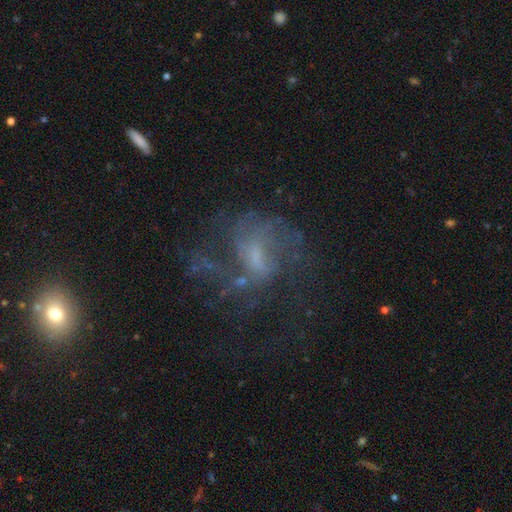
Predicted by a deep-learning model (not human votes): Q: Smooth or featured?
A: featured or disk (68%); runner-up: smooth (16%)
Q: Edge-on disk?
A: no (97%); runner-up: yes (3%)
Q: Bar?
A: weak (45%); tied with: no (45%)
Q: Spiral arms?
A: yes (65%); runner-up: no (35%)
Q: Bulge size?
A: small (40%); runner-up: moderate (33%)
Q: Merging?
A: none (44%); runner-up: major disturbance (35%)